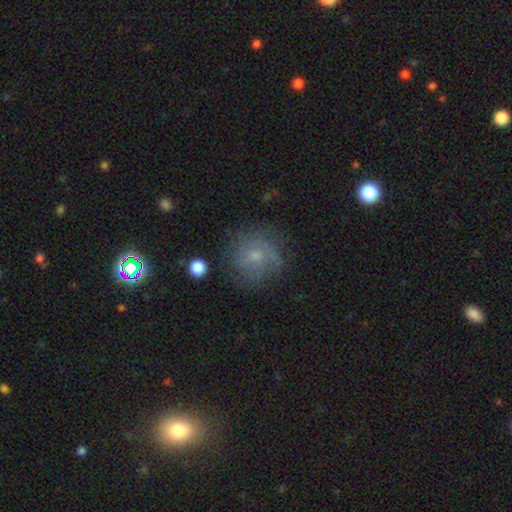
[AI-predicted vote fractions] Smooth or featured?
  - smooth: 46% *
  - featured or disk: 40%
  - star or artifact: 14%
Merging?
  - none: 65% *
  - minor disturbance: 21%
  - major disturbance: 13%
  - merger: 2%